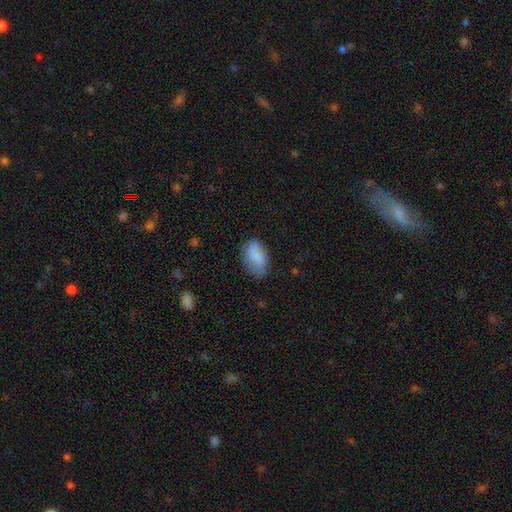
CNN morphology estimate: The model was most divided on "merging": none: 64%, minor disturbance: 26%, major disturbance: 8%, merger: 2%. More confident: how rounded — in between (92%); smooth or featured — smooth (83%).